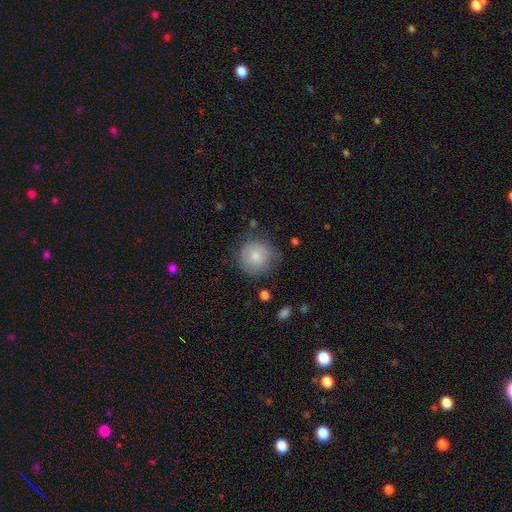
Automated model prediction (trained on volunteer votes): Morphology: type=smooth (78%); roundness=round (93%); merging=none (72%).